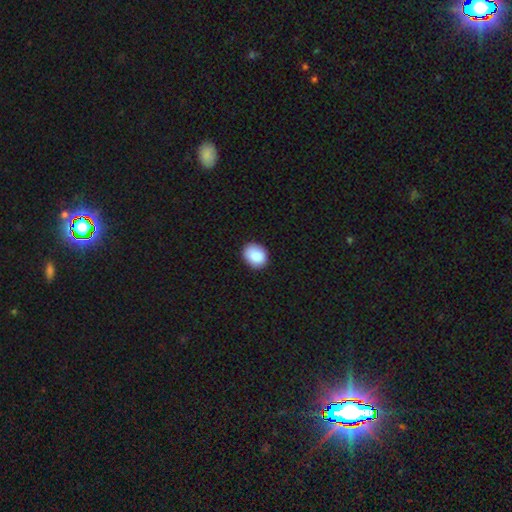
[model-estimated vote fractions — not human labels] This is clearly a smooth galaxy (90%). How rounded: possibly round (52%). Merging: clearly none (88%).